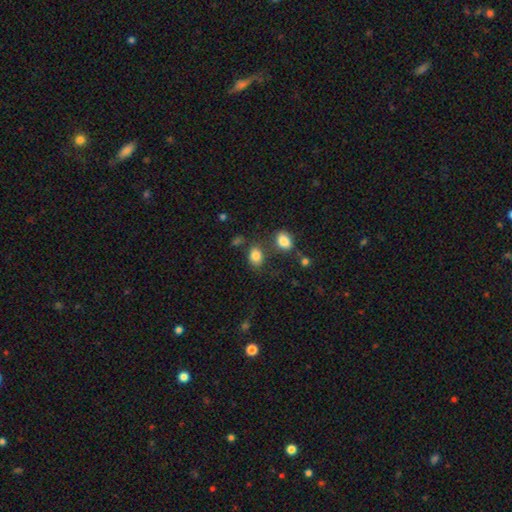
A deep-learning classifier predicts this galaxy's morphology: Q: Smooth or featured?
A: smooth (83%); runner-up: star or artifact (10%)
Q: How rounded?
A: in between (76%); runner-up: round (22%)
Q: Merging?
A: none (68%); runner-up: minor disturbance (15%)